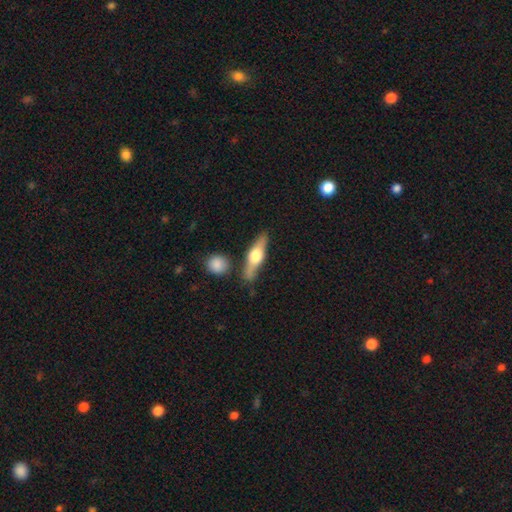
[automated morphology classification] featured or disk 58%, smooth 37%, star or artifact 5%. Down the decision tree: edge-on disk — yes (92%); edge-on bulge — rounded (94%); merging — none (78%).